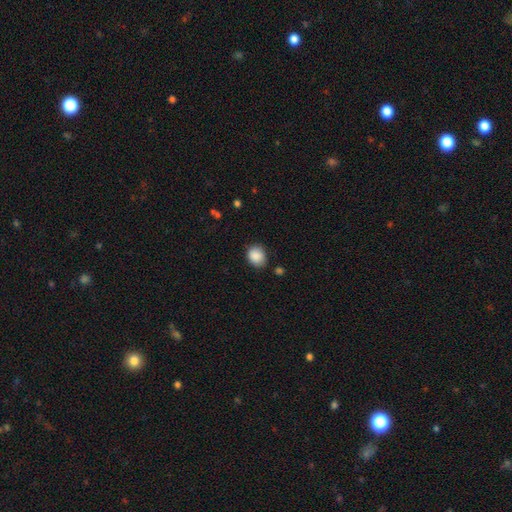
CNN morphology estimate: Q: Smooth or featured?
A: smooth (88%); runner-up: star or artifact (8%)
Q: How rounded?
A: round (62%); runner-up: in between (37%)
Q: Merging?
A: none (78%); runner-up: minor disturbance (16%)